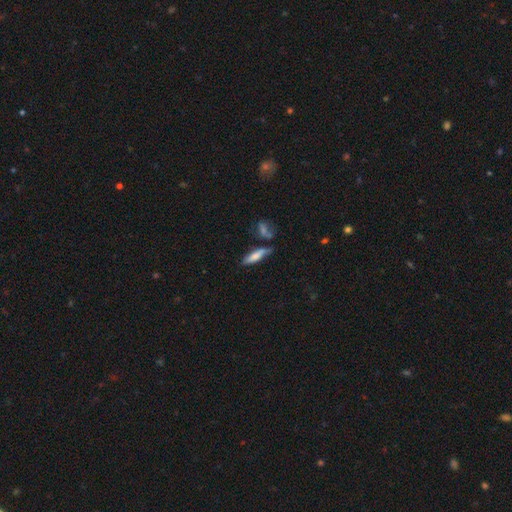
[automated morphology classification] Q: Smooth or featured?
A: smooth (71%); runner-up: featured or disk (22%)
Q: How rounded?
A: cigar-shaped (70%); runner-up: in between (28%)
Q: Merging?
A: none (59%); runner-up: minor disturbance (21%)